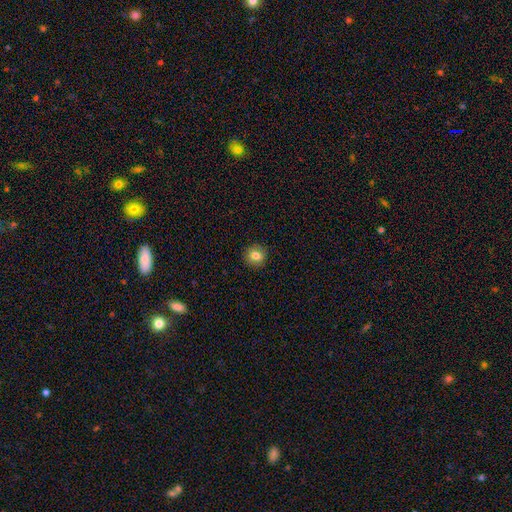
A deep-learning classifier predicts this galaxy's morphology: Overall: smooth (81%). How rounded: round (91%). Merging: none (91%).